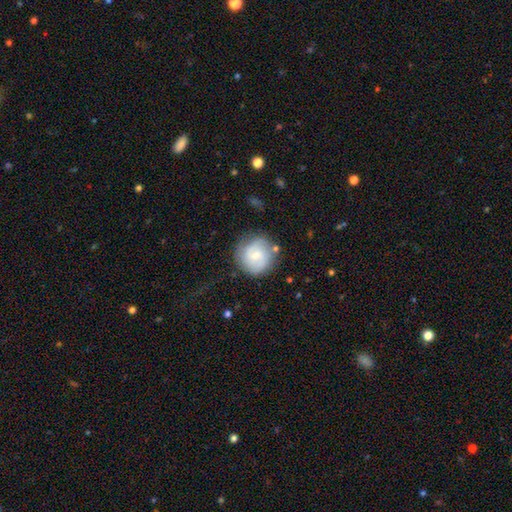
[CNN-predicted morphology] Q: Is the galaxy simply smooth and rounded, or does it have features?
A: featured or disk — 50%.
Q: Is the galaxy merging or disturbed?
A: none — 74%.